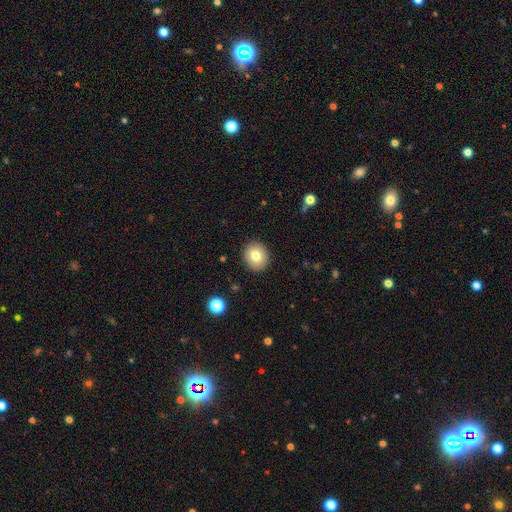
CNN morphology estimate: Smooth or featured: smooth — 80% (featured or disk — 11%)
How rounded: round — 77% (in between — 22%)
Merging: none — 91% (minor disturbance — 6%)